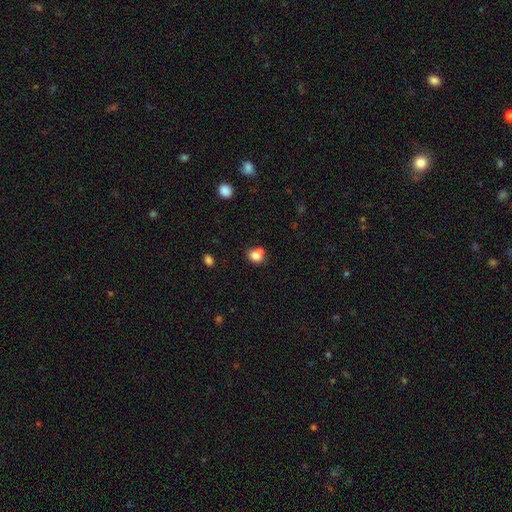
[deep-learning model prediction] Smooth or featured? Predicted: smooth (p=0.78). How rounded? Predicted: round (p=0.64). Merging? Predicted: none (p=0.42).